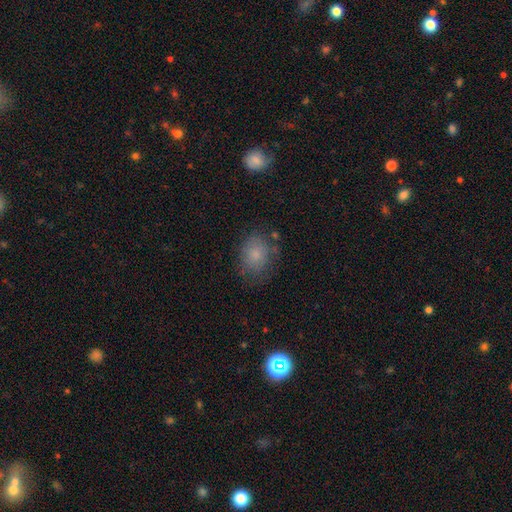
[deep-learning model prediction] Smooth or featured? Predicted: smooth (p=0.72). How rounded? Predicted: in between (p=0.56). Merging? Predicted: none (p=0.70).